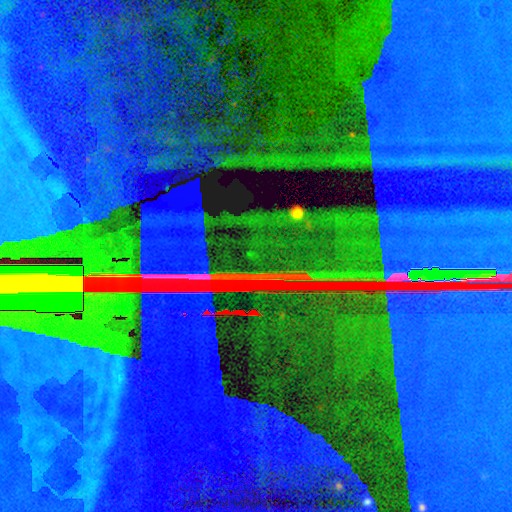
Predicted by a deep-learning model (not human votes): Smooth or featured?
  - star or artifact: 88% *
  - featured or disk: 7%
  - smooth: 5%